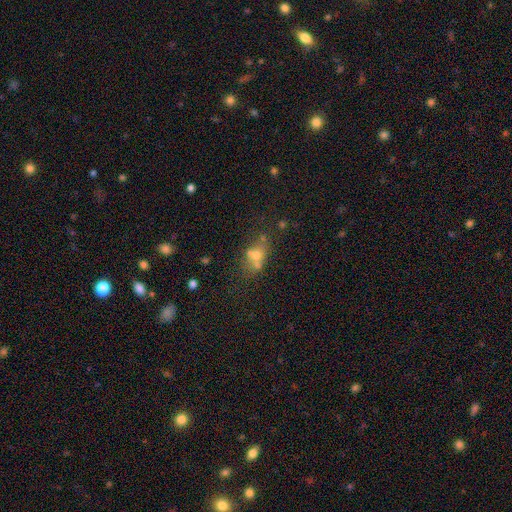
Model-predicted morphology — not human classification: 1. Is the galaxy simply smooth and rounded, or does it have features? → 53% smooth, 25% featured or disk, 23% star or artifact.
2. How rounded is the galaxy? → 48% in between, 47% round, 5% cigar-shaped.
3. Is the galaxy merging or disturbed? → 41% merger, 39% none, 12% minor disturbance, 8% major disturbance.